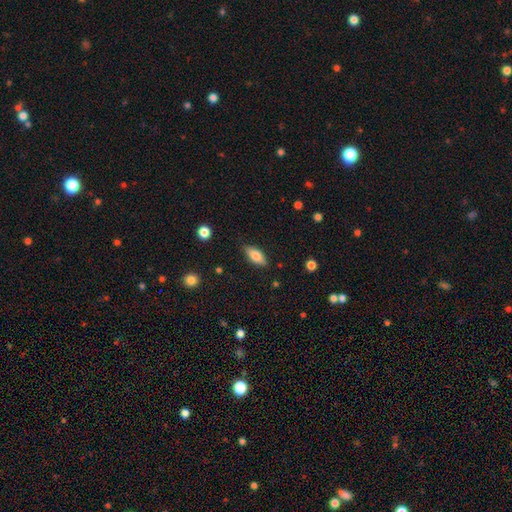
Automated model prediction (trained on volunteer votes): smooth_or_featured: smooth (p=0.73) [alt: featured or disk p=0.20]
how_rounded: in between (p=0.80) [alt: cigar-shaped p=0.18]
merging: none (p=0.85) [alt: minor disturbance p=0.12]